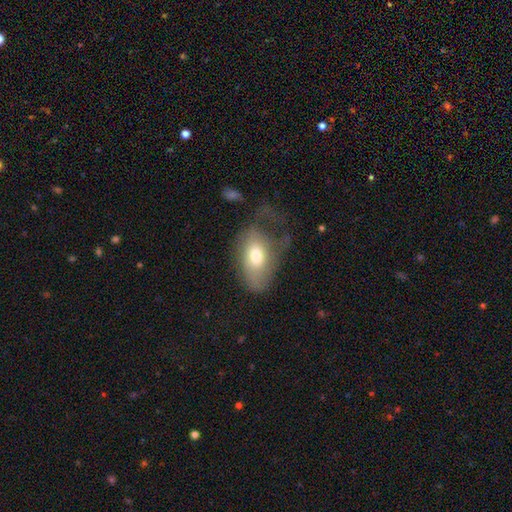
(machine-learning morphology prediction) Smooth or featured?
  - smooth: 66% *
  - featured or disk: 26%
  - star or artifact: 8%
How rounded?
  - in between: 91% *
  - round: 7%
  - cigar-shaped: 3%
Merging?
  - major disturbance: 43% *
  - none: 27%
  - minor disturbance: 26%
  - merger: 3%